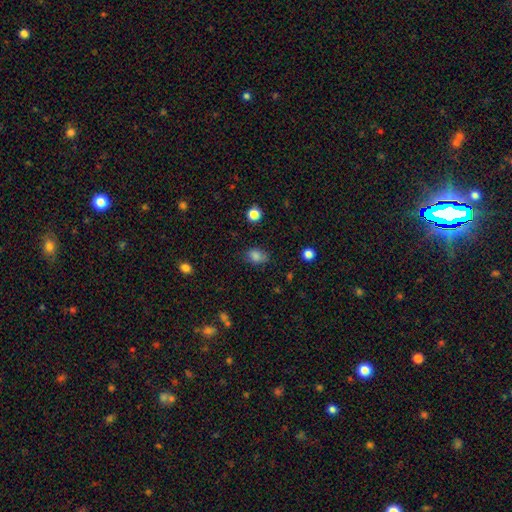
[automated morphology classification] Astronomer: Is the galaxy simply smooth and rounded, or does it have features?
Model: smooth — 80%.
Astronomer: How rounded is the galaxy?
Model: in between — 69%.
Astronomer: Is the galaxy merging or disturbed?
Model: none — 66%.